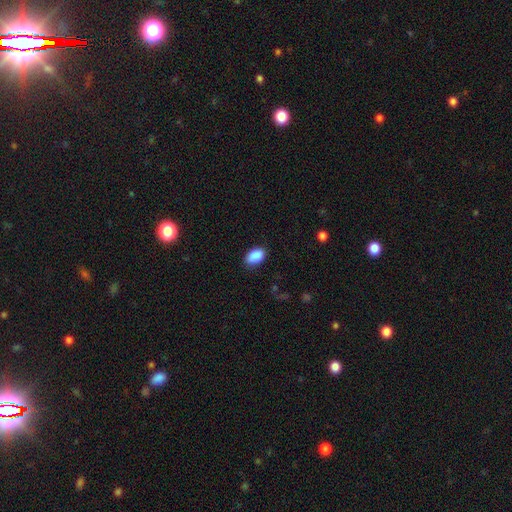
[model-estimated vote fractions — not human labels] Q: Smooth or featured?
A: smooth (90%); runner-up: star or artifact (7%)
Q: How rounded?
A: in between (92%); runner-up: round (7%)
Q: Merging?
A: none (82%); runner-up: minor disturbance (15%)